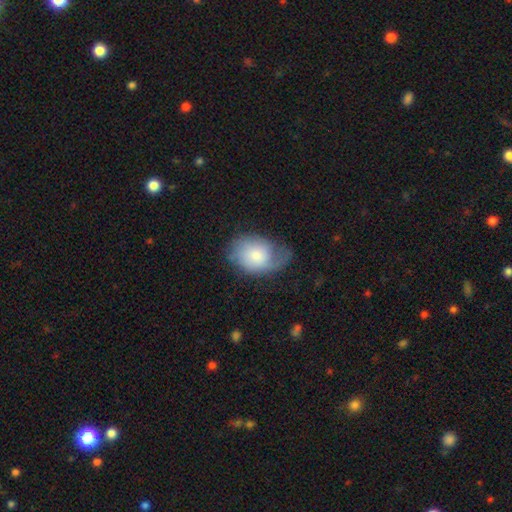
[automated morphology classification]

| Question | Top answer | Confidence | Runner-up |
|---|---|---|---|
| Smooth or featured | smooth | 61% | featured or disk (31%) |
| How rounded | in between | 70% | round (29%) |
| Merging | none | 39% | minor disturbance (34%) |